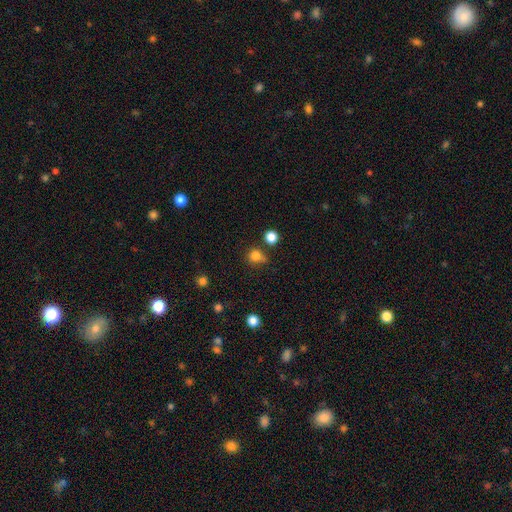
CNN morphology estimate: This appears to be a smooth galaxy with no disk features (80%) that is round (85%). Merging: none (62%).